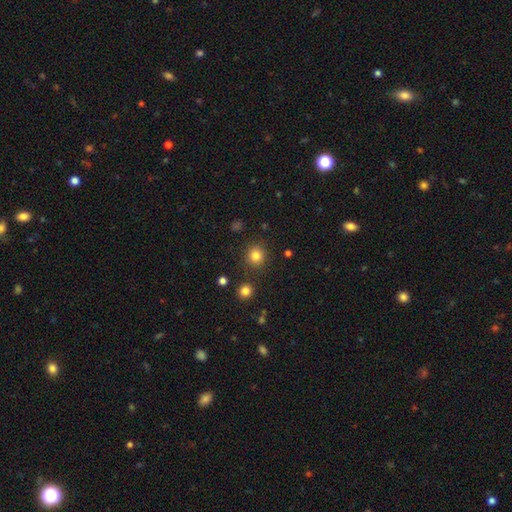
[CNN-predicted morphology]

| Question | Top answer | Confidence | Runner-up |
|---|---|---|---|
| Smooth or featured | smooth | 83% | star or artifact (13%) |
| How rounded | round | 91% | in between (8%) |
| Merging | none | 87% | minor disturbance (7%) |